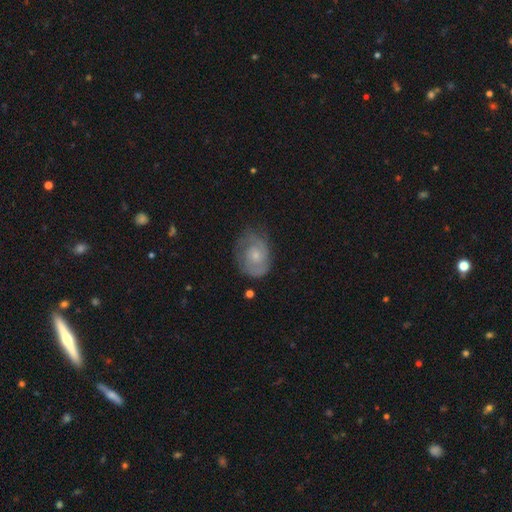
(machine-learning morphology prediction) Smooth or featured? featured or disk (70%)
Edge-on disk? no (97%)
Bar? no (73%)
Spiral arms? yes (89%)
Spiral winding? tight (53%)
Spiral arm count? 2 (59%)
Bulge size? small (56%)
Merging? none (66%)